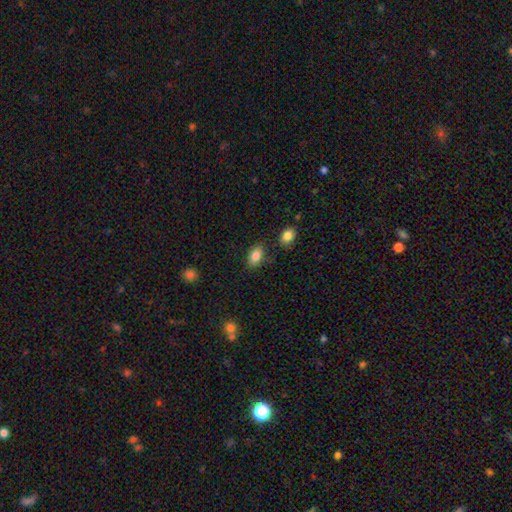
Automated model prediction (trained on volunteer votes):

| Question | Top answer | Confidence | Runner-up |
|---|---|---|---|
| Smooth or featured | smooth | 85% | star or artifact (8%) |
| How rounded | in between | 88% | round (10%) |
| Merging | none | 80% | minor disturbance (13%) |